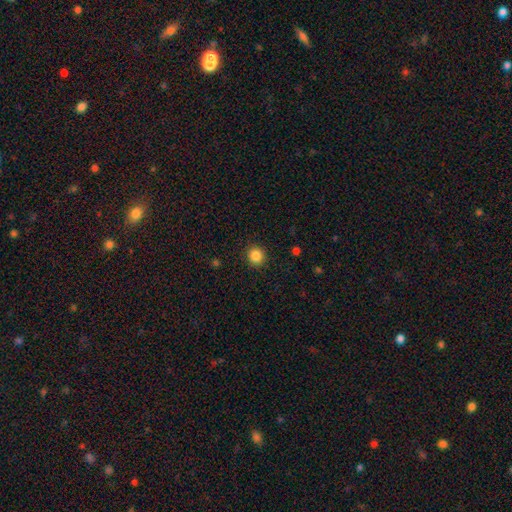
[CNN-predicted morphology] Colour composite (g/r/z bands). It shows a smooth galaxy with no disk features (85%) that is round (92%). Merging: none (92%).